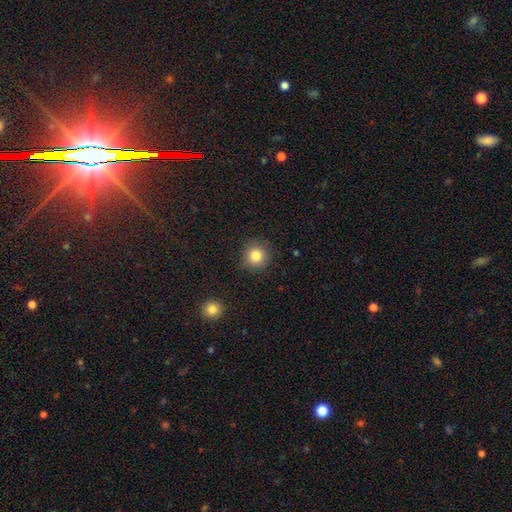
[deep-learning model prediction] The model was most divided on "smooth or featured": smooth: 82%, star or artifact: 11%, featured or disk: 7%. More confident: how rounded — round (93%); merging — none (89%).